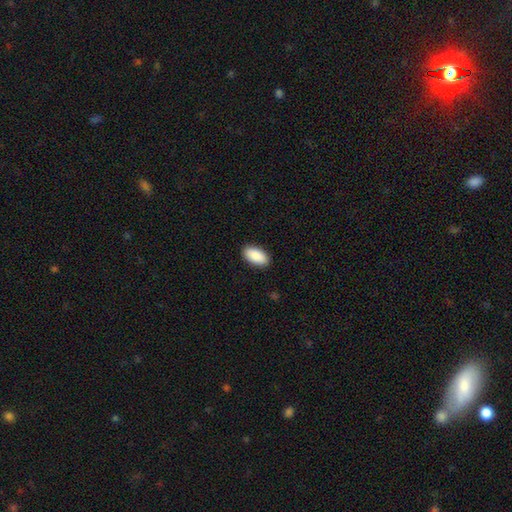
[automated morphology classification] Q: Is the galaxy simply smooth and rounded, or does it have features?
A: smooth — 90%.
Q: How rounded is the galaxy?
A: in between — 95%.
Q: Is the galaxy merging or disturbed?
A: none — 90%.